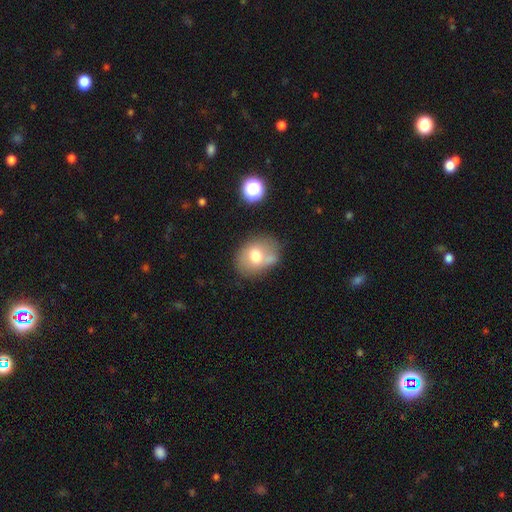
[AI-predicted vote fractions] A smooth galaxy with no disk features (67%) that is in between round and cigar-shaped (60%).

Vote fractions:
- Smooth or featured? smooth: 67% / featured or disk: 23% / star or artifact: 10%
- How rounded? in between: 60% / round: 39% / cigar-shaped: 1%
- Merging? none: 52% / minor disturbance: 24% / merger: 15% / major disturbance: 9%